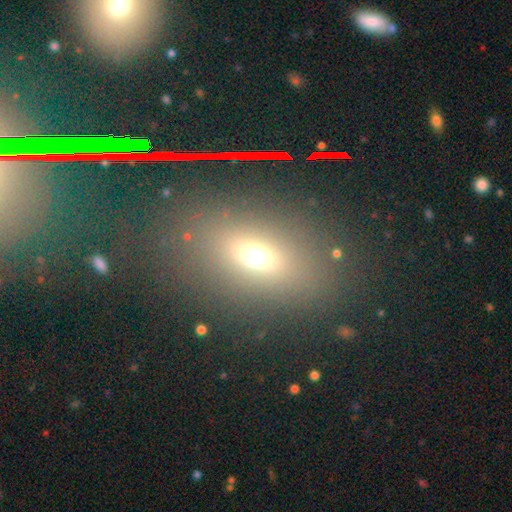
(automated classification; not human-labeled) smooth_or_featured: smooth (p=0.58) [alt: star or artifact p=0.28]
how_rounded: in between (p=0.71) [alt: round p=0.24]
merging: none (p=0.81) [alt: minor disturbance p=0.10]